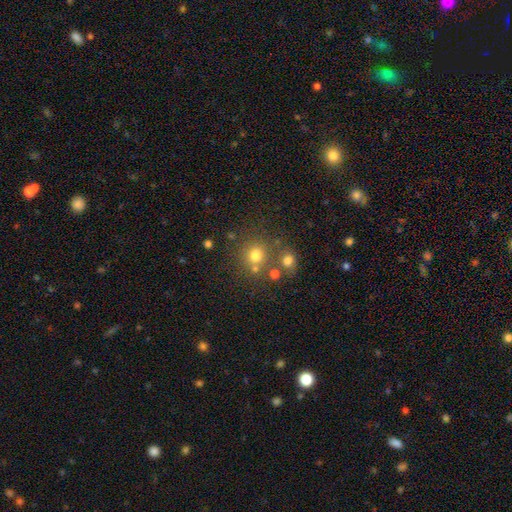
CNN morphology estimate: Smooth or featured?
  - smooth: 72% *
  - star or artifact: 18%
  - featured or disk: 10%
How rounded?
  - round: 86% *
  - in between: 13%
  - cigar-shaped: 1%
Merging?
  - none: 68% *
  - merger: 17%
  - minor disturbance: 10%
  - major disturbance: 5%